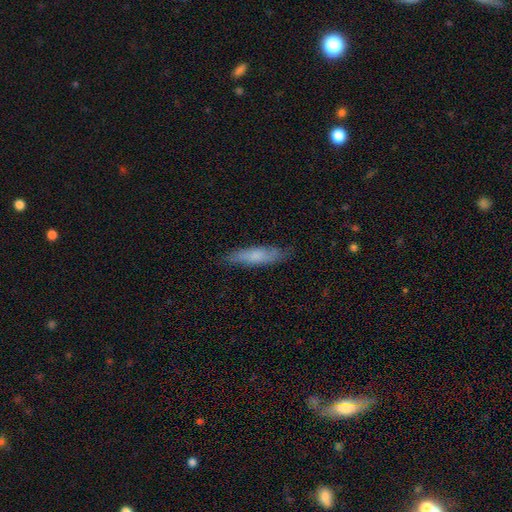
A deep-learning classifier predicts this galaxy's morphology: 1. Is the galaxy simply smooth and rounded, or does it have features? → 69% smooth, 25% featured or disk, 6% star or artifact.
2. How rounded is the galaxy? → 77% cigar-shaped, 22% in between, 2% round.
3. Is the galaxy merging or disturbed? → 79% none, 16% minor disturbance, 3% major disturbance, 1% merger.